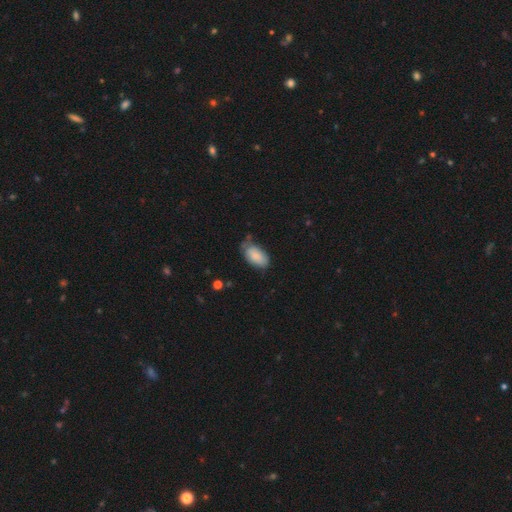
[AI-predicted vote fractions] A smooth galaxy with no disk features (85%) that is in between round and cigar-shaped (94%).

Vote fractions:
- Smooth or featured? smooth: 85% / featured or disk: 9% / star or artifact: 7%
- How rounded? in between: 94% / round: 4% / cigar-shaped: 2%
- Merging? none: 53% / minor disturbance: 34% / major disturbance: 9% / merger: 4%